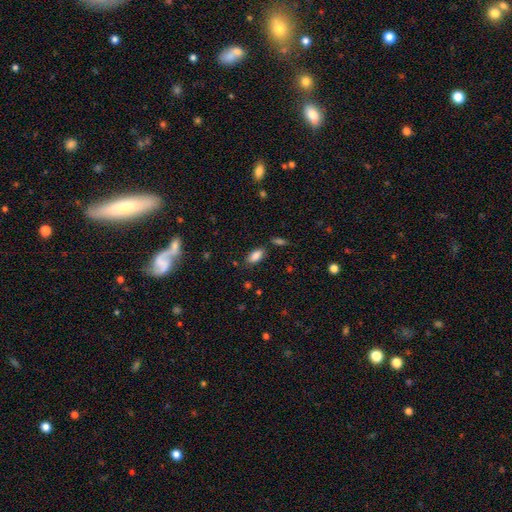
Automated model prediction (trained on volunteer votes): Smooth or featured: smooth — 86% (star or artifact — 8%)
How rounded: in between — 91% (cigar-shaped — 6%)
Merging: none — 79% (minor disturbance — 13%)